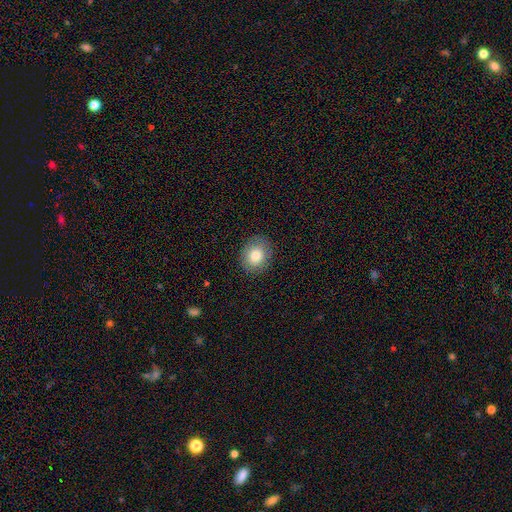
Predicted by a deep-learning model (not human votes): Q: Smooth or featured?
A: smooth (79%); runner-up: featured or disk (11%)
Q: How rounded?
A: round (61%); runner-up: in between (39%)
Q: Merging?
A: none (87%); runner-up: minor disturbance (9%)